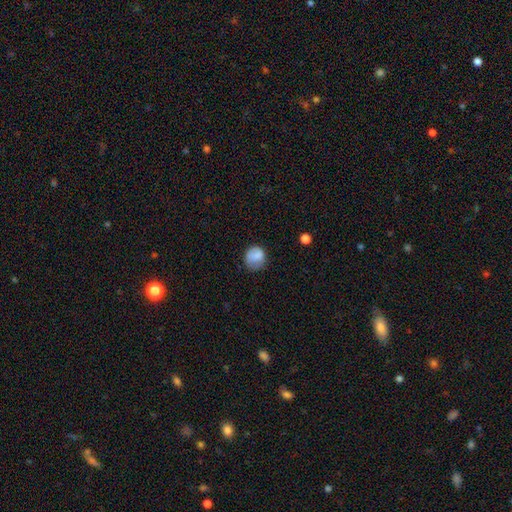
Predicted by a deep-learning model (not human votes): A smooth galaxy with no disk features (82%) that is round (79%).

Vote fractions:
- Smooth or featured? smooth: 82% / featured or disk: 10% / star or artifact: 8%
- How rounded? round: 79% / in between: 20% / cigar-shaped: 1%
- Merging? none: 65% / minor disturbance: 24% / major disturbance: 9% / merger: 2%